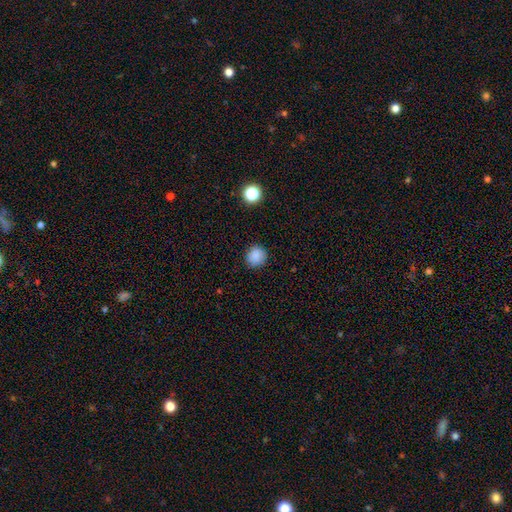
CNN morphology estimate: type=smooth (86%); roundness=round (87%); merging=none (87%).